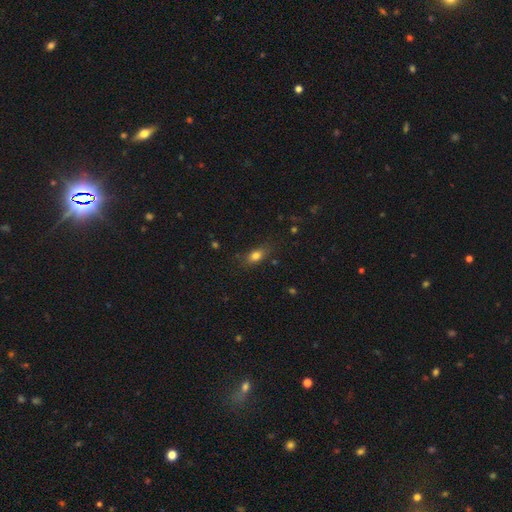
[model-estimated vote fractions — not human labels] The model was most divided on "merging": none: 74%, minor disturbance: 18%, major disturbance: 6%, merger: 2%. More confident: smooth or featured — smooth (79%); how rounded — in between (76%).